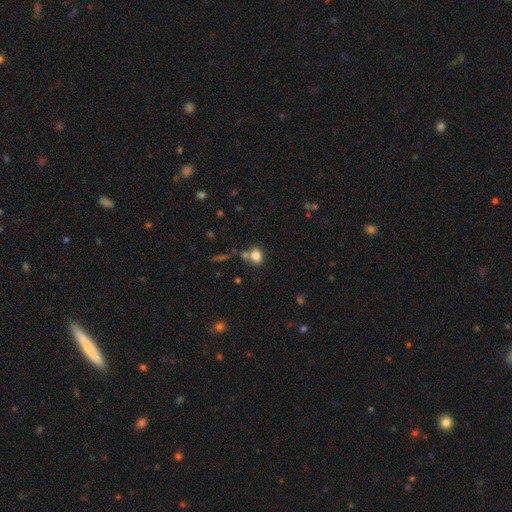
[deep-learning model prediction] Smooth or featured? Predicted: smooth (p=0.80). How rounded? Predicted: in between (p=0.64). Merging? Predicted: none (p=0.53).